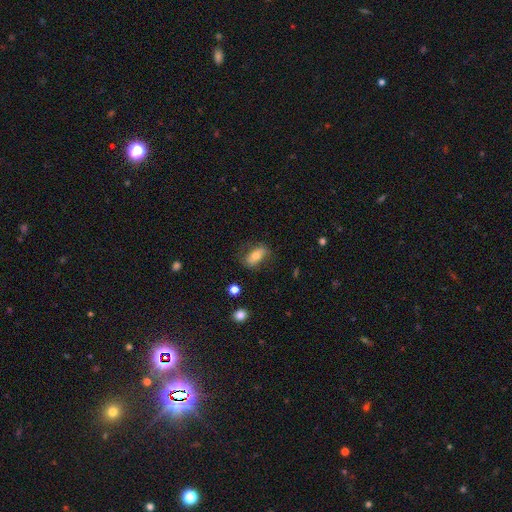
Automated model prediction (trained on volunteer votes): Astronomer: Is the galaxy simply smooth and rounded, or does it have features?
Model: smooth — 62%.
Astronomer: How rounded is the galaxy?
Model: in between — 85%.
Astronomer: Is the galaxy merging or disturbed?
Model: none — 66%.